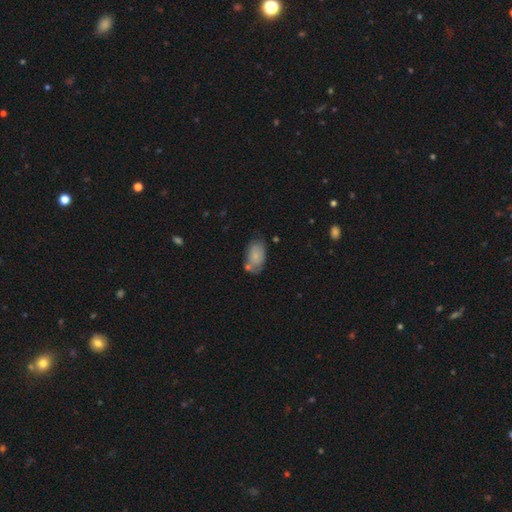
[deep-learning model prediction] Q: Smooth or featured?
A: smooth (67%); runner-up: featured or disk (26%)
Q: How rounded?
A: in between (91%); runner-up: round (7%)
Q: Merging?
A: none (50%); runner-up: minor disturbance (26%)